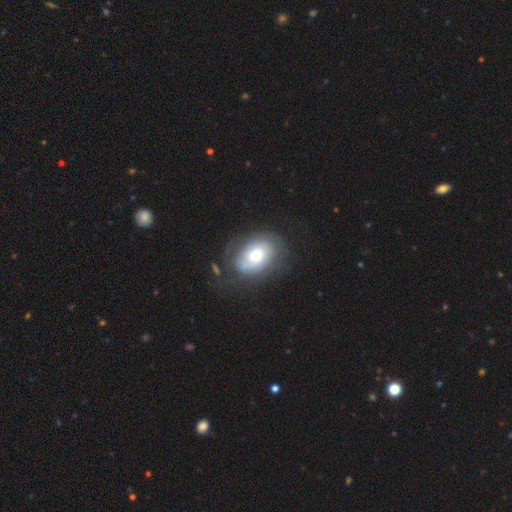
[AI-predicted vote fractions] This is possibly a featured or disk galaxy (47%). Merging: possibly none (59%).